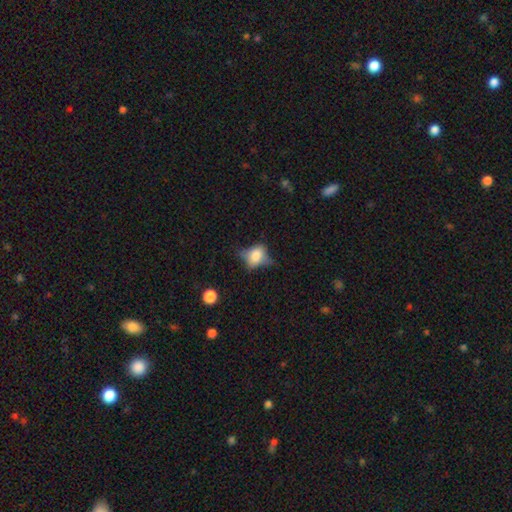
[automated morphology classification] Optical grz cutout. It shows a smooth galaxy with no disk features (55%) that is in between round and cigar-shaped (60%). Merging: none (51%).